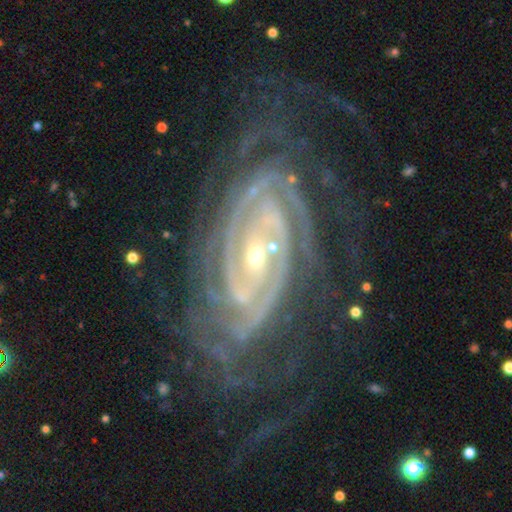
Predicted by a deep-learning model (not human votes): Q: Smooth or featured?
A: featured or disk (92%); runner-up: star or artifact (5%)
Q: Edge-on disk?
A: no (96%); runner-up: yes (4%)
Q: Bar?
A: no (45%); runner-up: weak (30%)
Q: Spiral arms?
A: yes (99%); runner-up: no (1%)
Q: Spiral winding?
A: tight (82%); runner-up: medium (15%)
Q: Spiral arm count?
A: 2 (29%); runner-up: can't tell (18%)
Q: Bulge size?
A: small (68%); runner-up: moderate (28%)
Q: Merging?
A: none (71%); runner-up: minor disturbance (17%)